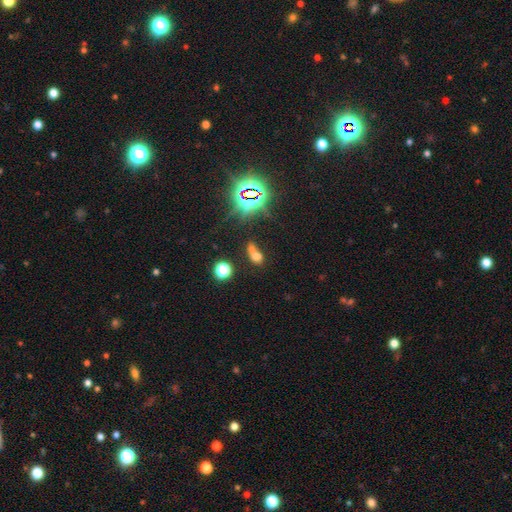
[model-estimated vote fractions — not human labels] smooth 57%, star or artifact 27%, featured or disk 16%. Down the decision tree: how rounded — in between (54%); merging — merger (56%).